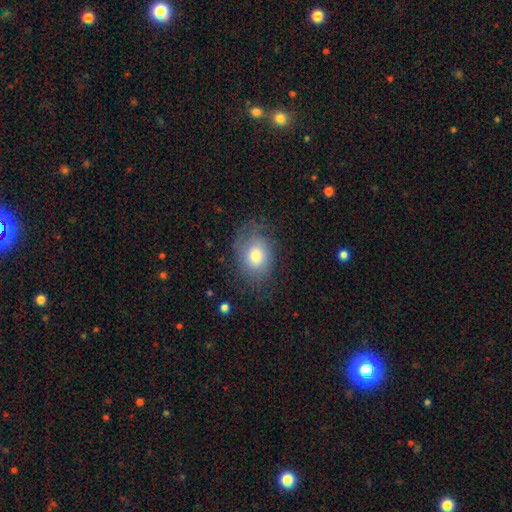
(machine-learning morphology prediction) Q: Smooth or featured?
A: smooth (67%); runner-up: featured or disk (24%)
Q: How rounded?
A: in between (67%); runner-up: round (32%)
Q: Merging?
A: none (67%); runner-up: minor disturbance (22%)